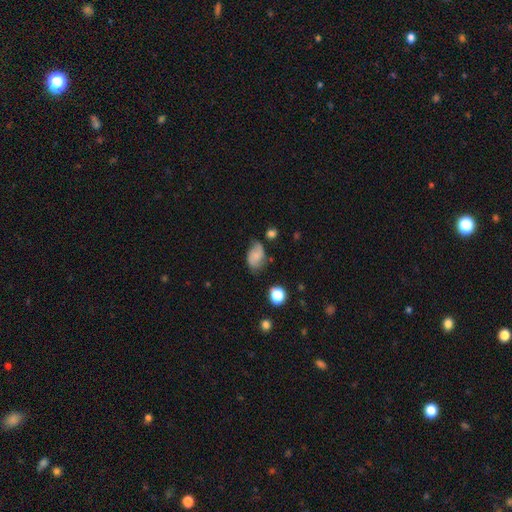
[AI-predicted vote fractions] The model was most divided on "merging": none: 53%, minor disturbance: 33%, major disturbance: 10%, merger: 4%. More confident: how rounded — in between (87%); smooth or featured — smooth (66%).